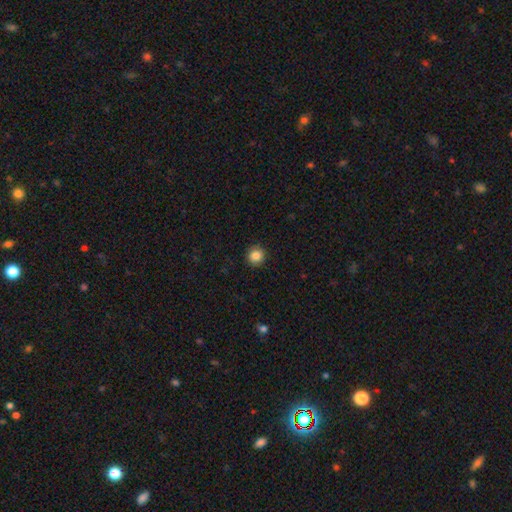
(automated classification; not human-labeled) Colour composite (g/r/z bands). It shows a smooth galaxy with no disk features (86%) that is round (93%). Merging: none (92%).